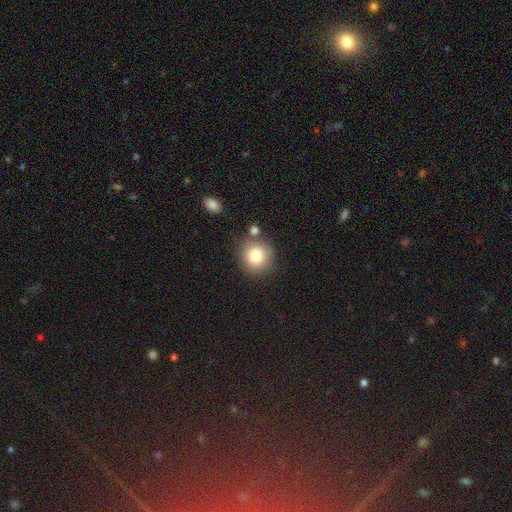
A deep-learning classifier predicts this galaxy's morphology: smooth-or-featured: smooth: 81% | star or artifact: 10% | featured or disk: 9%
  how-rounded: round: 88% | in between: 11% | cigar-shaped: 1%
  merging: none: 72% | merger: 12% | minor disturbance: 12% | major disturbance: 4%